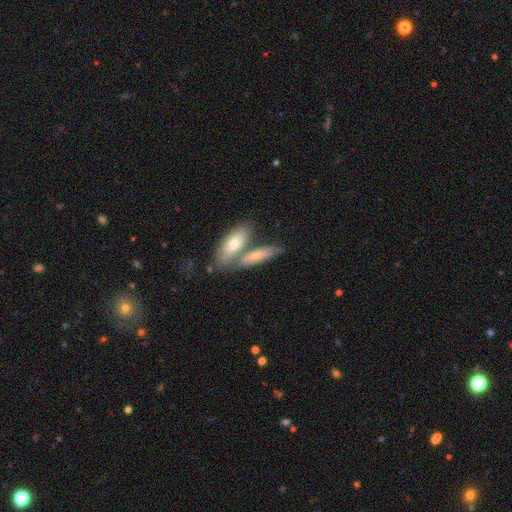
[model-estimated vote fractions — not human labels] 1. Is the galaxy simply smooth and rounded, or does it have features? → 64% smooth, 31% featured or disk, 5% star or artifact.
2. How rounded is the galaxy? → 50% in between, 47% cigar-shaped, 3% round.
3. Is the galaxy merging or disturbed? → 43% merger (tied), 43% none (tied), 11% minor disturbance, 3% major disturbance.